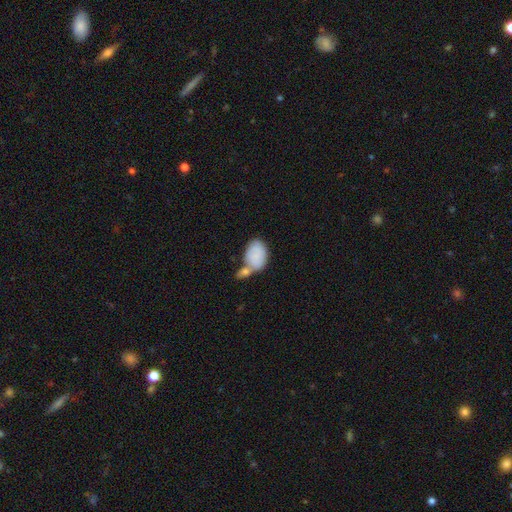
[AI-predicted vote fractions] smooth_or_featured: smooth (p=0.78) [alt: featured or disk p=0.16]
how_rounded: in between (p=0.89) [alt: round p=0.10]
merging: merger (p=0.51) [alt: none p=0.27]